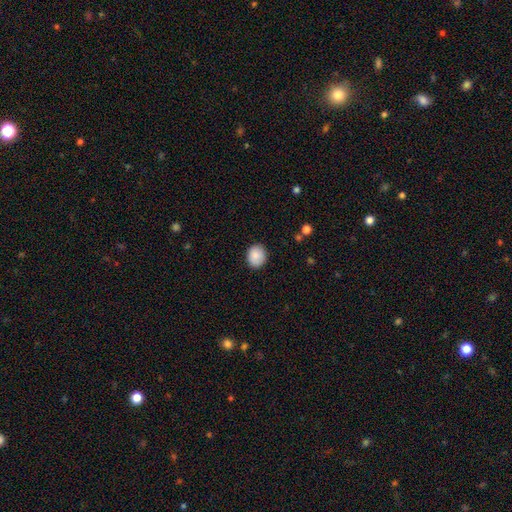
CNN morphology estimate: Smooth or featured?
  - smooth: 87% *
  - star or artifact: 8%
  - featured or disk: 6%
How rounded?
  - round: 61% *
  - in between: 38%
  - cigar-shaped: 1%
Merging?
  - none: 86% *
  - minor disturbance: 11%
  - major disturbance: 2%
  - merger: 1%